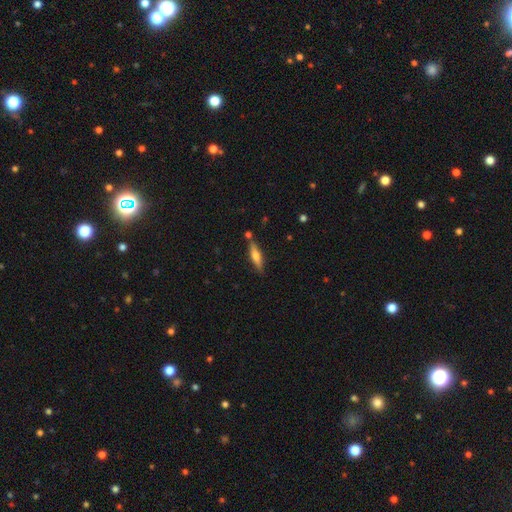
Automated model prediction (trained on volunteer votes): smooth 53%, featured or disk 41%, star or artifact 6%. Down the decision tree: how rounded — cigar-shaped (73%); merging — none (79%).